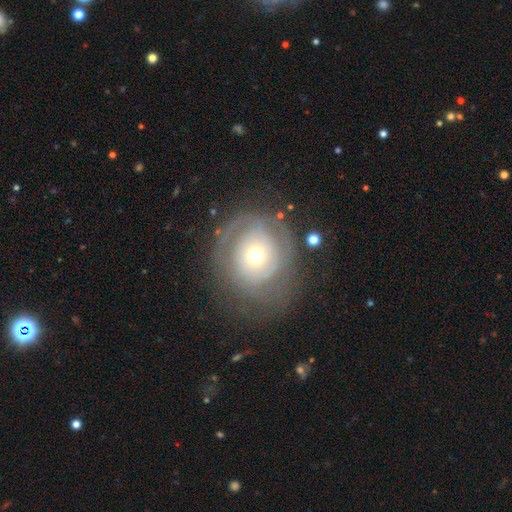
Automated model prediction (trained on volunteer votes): smooth-or-featured: featured or disk: 56% | smooth: 35% | star or artifact: 8%
  disk-edge-on: no: 96% | yes: 4%
    bar: no: 85% | weak: 11% | strong: 3%
    has-spiral-arms: yes: 56% | no: 44%
    bulge-size: moderate: 59% | small: 30% | large: 8% | dominant: 2% | none: 1%
  merging: none: 61% | minor disturbance: 19% | major disturbance: 17% | merger: 2%